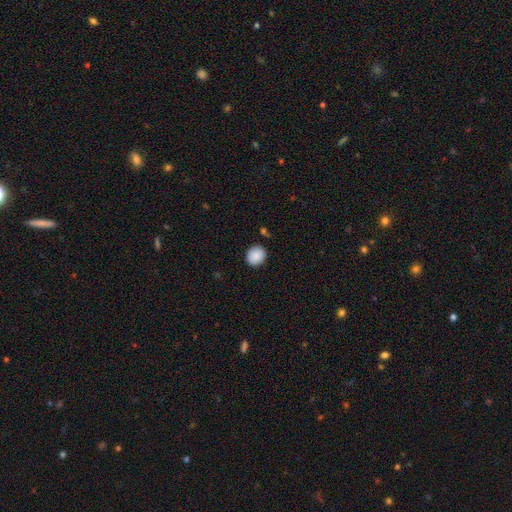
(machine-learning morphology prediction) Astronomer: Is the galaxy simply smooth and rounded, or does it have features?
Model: smooth — 89%.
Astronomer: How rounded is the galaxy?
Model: round — 73%.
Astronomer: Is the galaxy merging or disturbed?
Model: none — 86%.